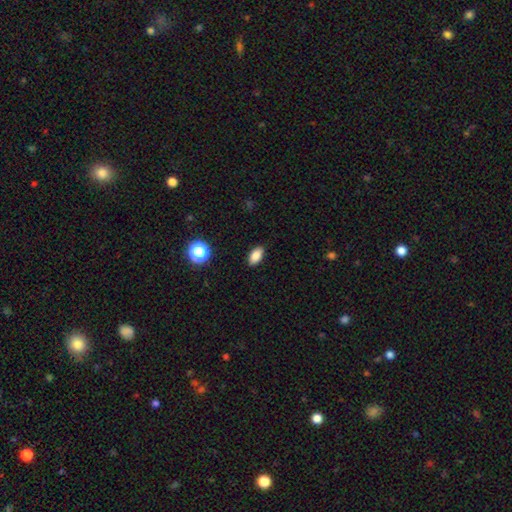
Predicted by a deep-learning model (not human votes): Smooth or featured? smooth (85%)
How rounded? in between (90%)
Merging? none (89%)